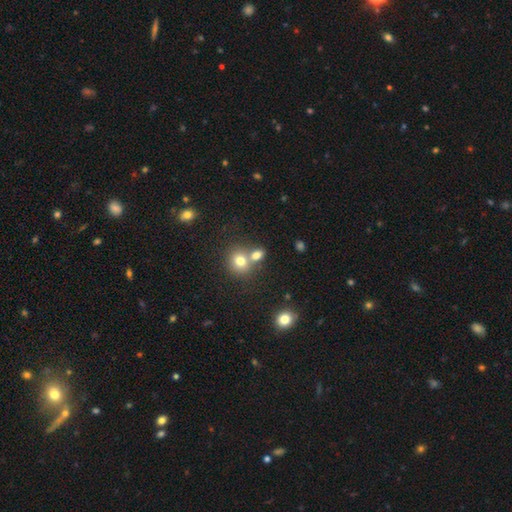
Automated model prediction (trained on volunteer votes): A smooth galaxy with no disk features (76%) that is round (52%).

Vote fractions:
- Smooth or featured? smooth: 76% / star or artifact: 13% / featured or disk: 11%
- How rounded? round: 52% / in between: 46% / cigar-shaped: 2%
- Merging? merger: 45% / none: 43% / minor disturbance: 9% / major disturbance: 4%